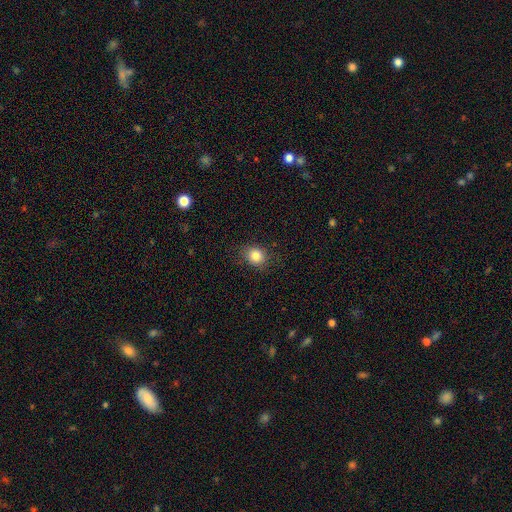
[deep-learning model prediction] This is clearly a smooth galaxy (83%). How rounded: likely round (70%). Merging: clearly none (84%).